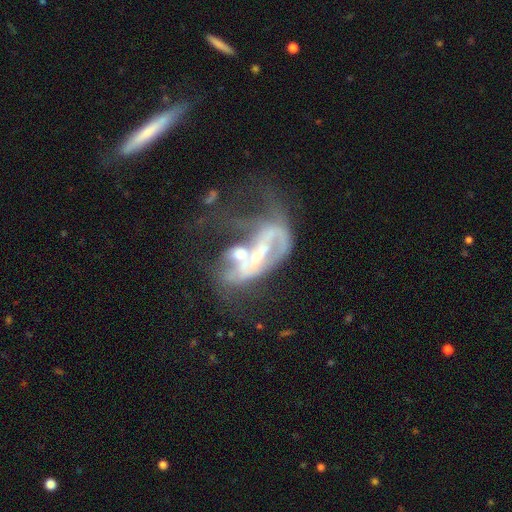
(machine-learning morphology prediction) Overall: featured or disk (72%). Edge-on disk: no (93%). Bar: no (56%; weak 26%). Spiral arms: no (55%; yes 45%). Bulge size: moderate (42%; small 35%). Merging: merger (48%; major disturbance 31%).